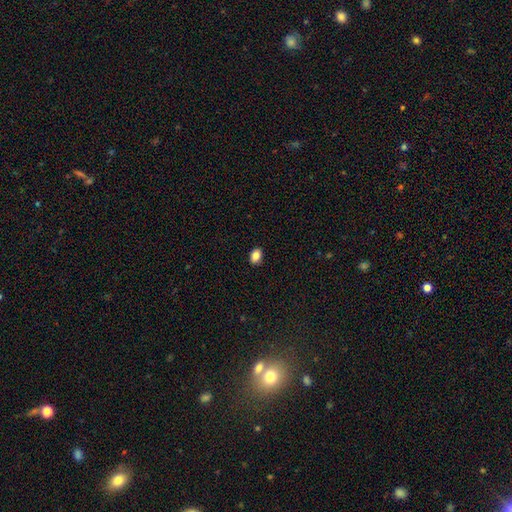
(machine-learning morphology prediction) A smooth galaxy with no disk features (86%) that is in between round and cigar-shaped (73%).

Vote fractions:
- Smooth or featured? smooth: 86% / star or artifact: 9% / featured or disk: 5%
- How rounded? in between: 73% / round: 26% / cigar-shaped: 1%
- Merging? none: 90% / minor disturbance: 7% / major disturbance: 2% / merger: 1%